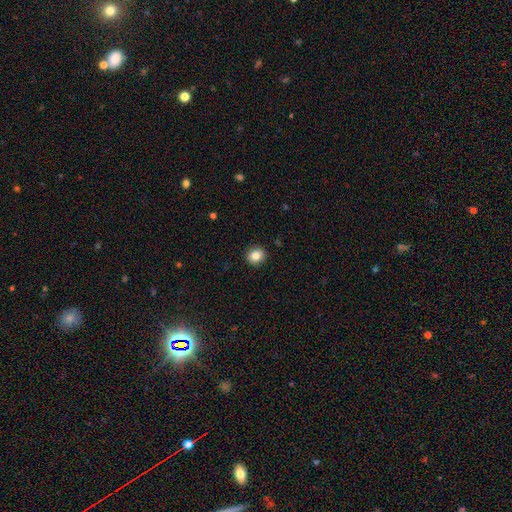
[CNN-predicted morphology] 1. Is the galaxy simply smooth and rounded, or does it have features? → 83% smooth, 10% star or artifact, 7% featured or disk.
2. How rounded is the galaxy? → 75% round, 24% in between, 1% cigar-shaped.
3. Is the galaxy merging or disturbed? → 91% none, 6% minor disturbance, 2% major disturbance, 1% merger.